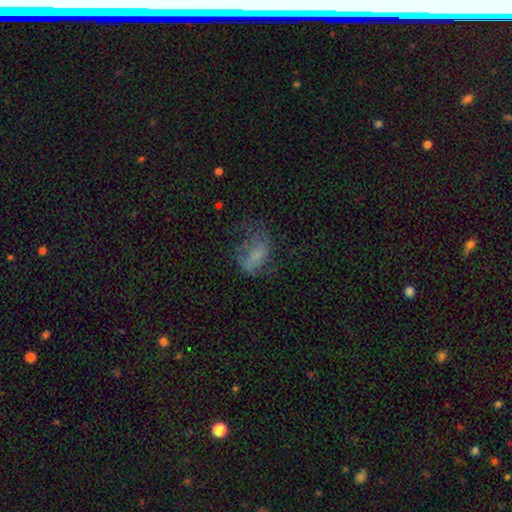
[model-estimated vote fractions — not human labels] This appears to be a featured or disk galaxy (43%, tied with smooth). Merging: major disturbance (44%).